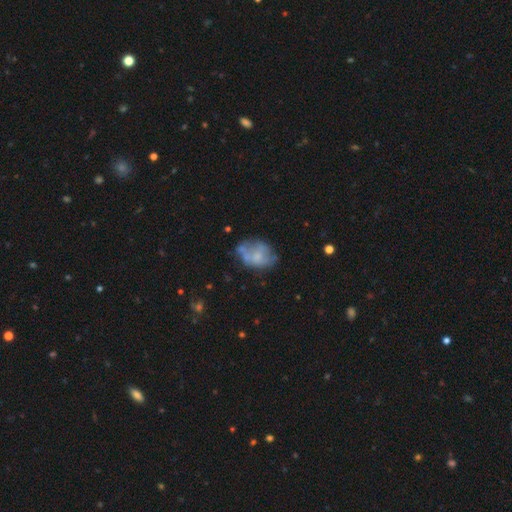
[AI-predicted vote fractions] This is possibly a featured or disk galaxy (46%). Merging: marginally none (43%).